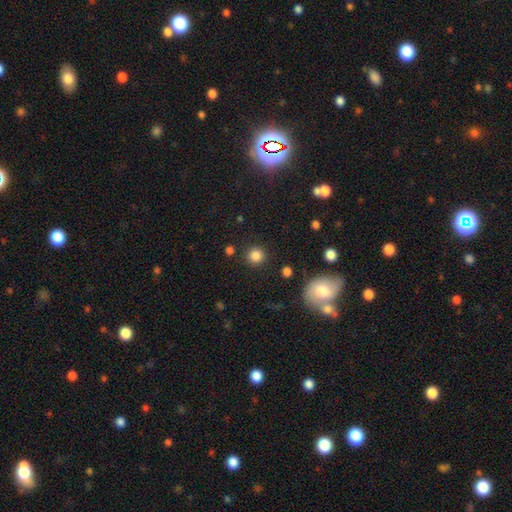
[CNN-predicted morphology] smooth_or_featured: smooth (p=0.84) [alt: star or artifact p=0.12]
how_rounded: round (p=0.93) [alt: in between p=0.06]
merging: none (p=0.88) [alt: minor disturbance p=0.07]